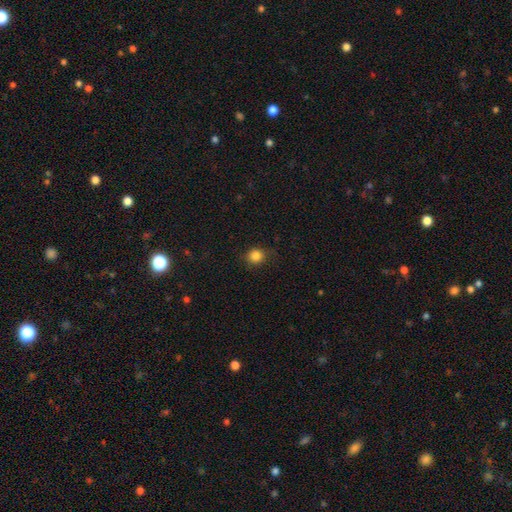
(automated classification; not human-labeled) Q: Smooth or featured?
A: smooth (84%); runner-up: star or artifact (12%)
Q: How rounded?
A: round (83%); runner-up: in between (16%)
Q: Merging?
A: none (82%); runner-up: minor disturbance (13%)